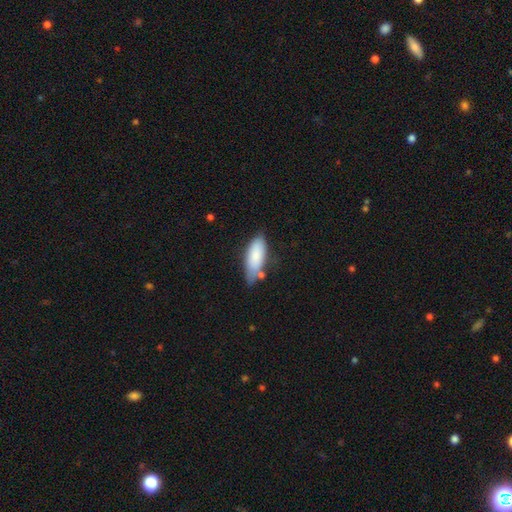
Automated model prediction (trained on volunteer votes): This appears to be a smooth galaxy with no disk features (82%) that is in between round and cigar-shaped (79%). Merging: none (57%).